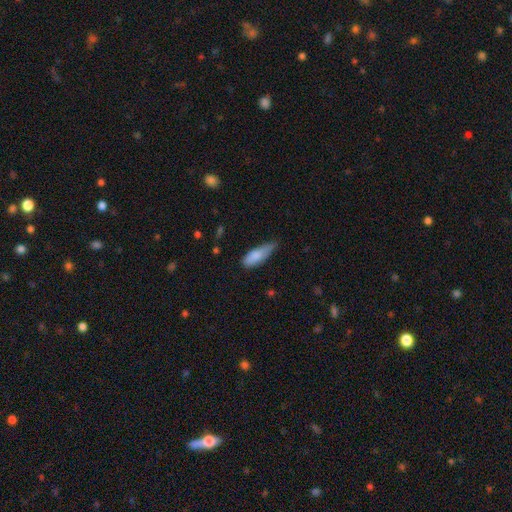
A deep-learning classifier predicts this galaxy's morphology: Smooth or featured?
  - smooth: 82% *
  - featured or disk: 12%
  - star or artifact: 7%
How rounded?
  - in between: 64% *
  - cigar-shaped: 34%
  - round: 2%
Merging?
  - minor disturbance: 49% *
  - none: 37%
  - major disturbance: 12%
  - merger: 3%